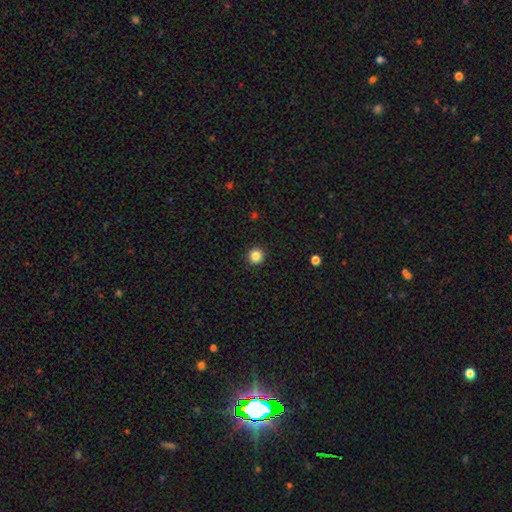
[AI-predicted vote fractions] Overall: smooth (85%). How rounded: round (95%). Merging: none (94%).